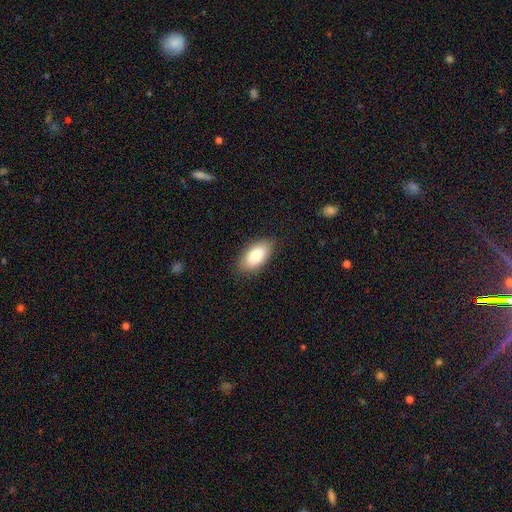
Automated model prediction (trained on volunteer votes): This is clearly a smooth galaxy (82%). How rounded: clearly in between (93%). Merging: clearly none (86%).